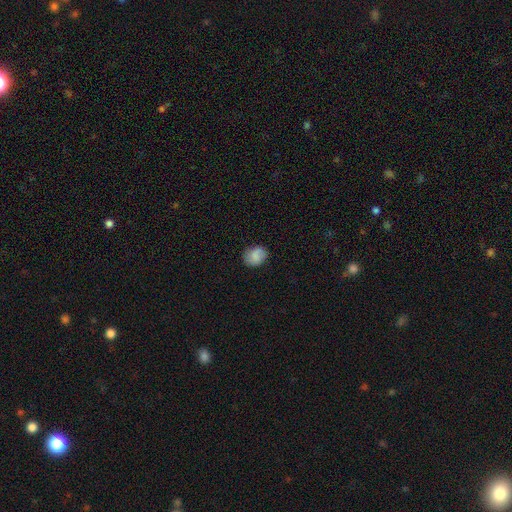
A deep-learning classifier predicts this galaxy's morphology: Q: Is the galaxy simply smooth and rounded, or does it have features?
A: smooth — 73%.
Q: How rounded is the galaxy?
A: round — 50%.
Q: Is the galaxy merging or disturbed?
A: none — 78%.